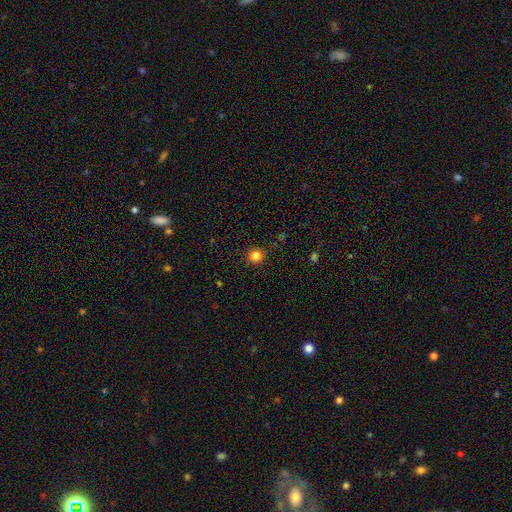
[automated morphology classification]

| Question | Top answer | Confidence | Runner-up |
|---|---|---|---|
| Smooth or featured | smooth | 83% | star or artifact (13%) |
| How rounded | round | 94% | in between (5%) |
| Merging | none | 90% | minor disturbance (7%) |